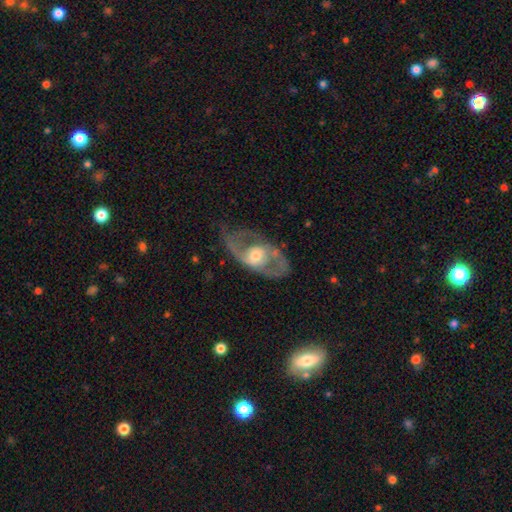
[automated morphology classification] Smooth or featured? Predicted: featured or disk (p=0.76). Edge-on disk? Predicted: no (p=0.93). Bar? Predicted: no (p=0.63). Spiral arms? Predicted: yes (p=0.68). Bulge size? Predicted: moderate (p=0.66). Merging? Predicted: none (p=0.56).